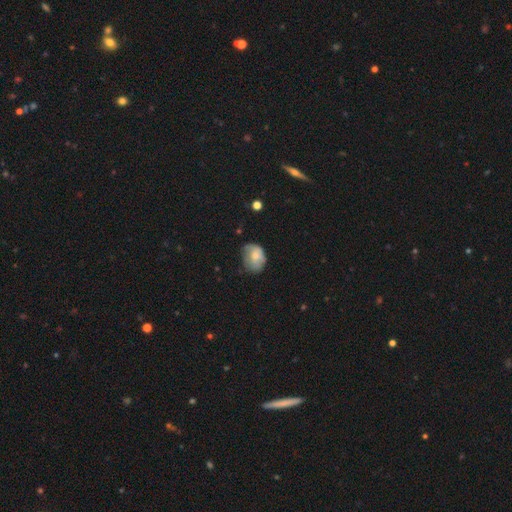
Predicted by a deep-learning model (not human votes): Smooth or featured?
  - smooth: 68% *
  - featured or disk: 24%
  - star or artifact: 8%
How rounded?
  - in between: 61% *
  - round: 38%
  - cigar-shaped: 1%
Merging?
  - none: 44% *
  - minor disturbance: 37%
  - major disturbance: 16%
  - merger: 2%